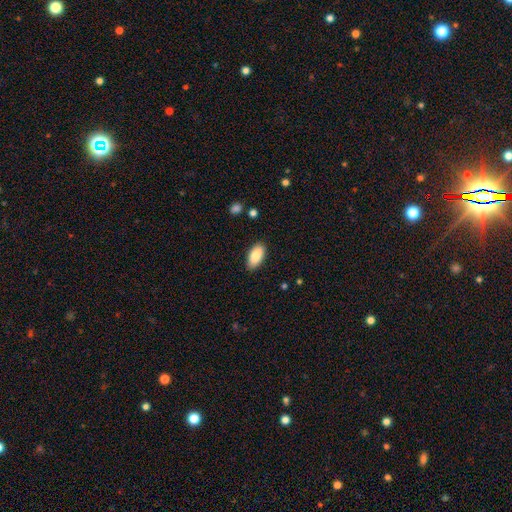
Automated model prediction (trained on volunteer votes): Smooth or featured? Predicted: smooth (p=0.87). How rounded? Predicted: in between (p=0.93). Merging? Predicted: none (p=0.88).